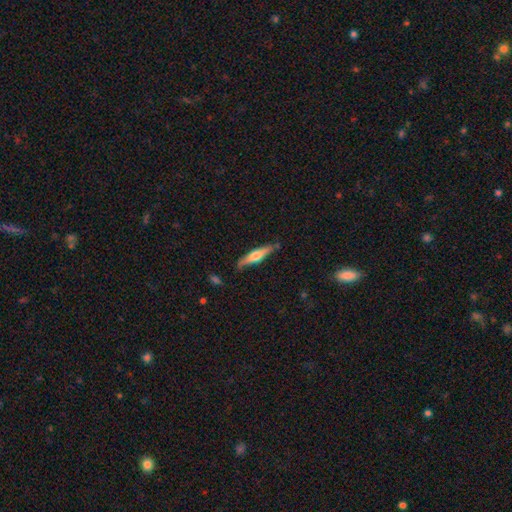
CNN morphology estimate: smooth-or-featured: featured or disk: 55% | smooth: 39% | star or artifact: 5%
  disk-edge-on: yes: 95% | no: 5%
    edge-on-bulge: rounded: 89% | boxy: 7% | none: 4%
  merging: none: 80% | minor disturbance: 15% | major disturbance: 3% | merger: 3%